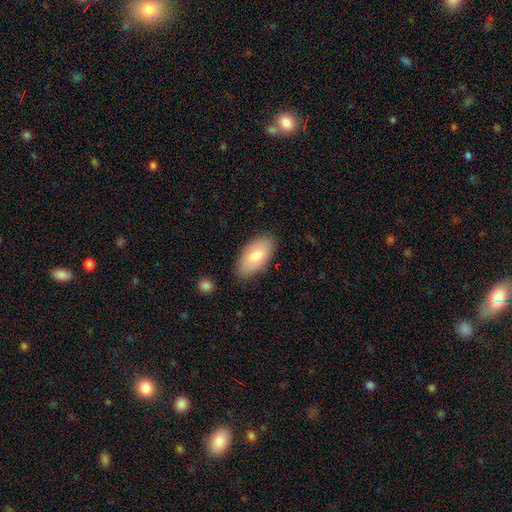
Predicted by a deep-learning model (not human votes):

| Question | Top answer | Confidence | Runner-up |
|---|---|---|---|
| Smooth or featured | smooth | 76% | featured or disk (18%) |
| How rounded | in between | 94% | cigar-shaped (3%) |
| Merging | none | 85% | minor disturbance (11%) |